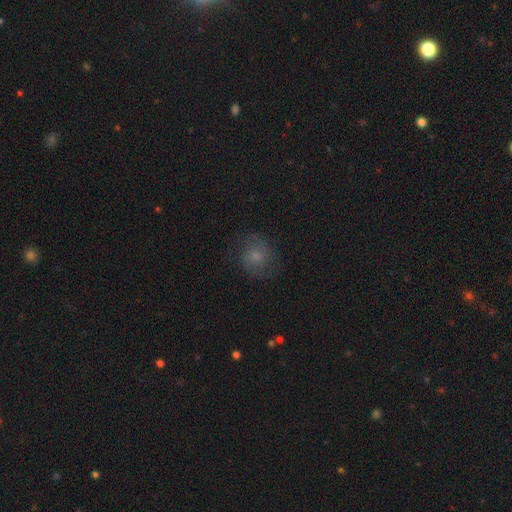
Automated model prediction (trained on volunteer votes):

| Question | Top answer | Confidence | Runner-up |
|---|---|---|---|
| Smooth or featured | smooth | 46% | featured or disk (41%) |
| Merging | none | 73% | minor disturbance (17%) |